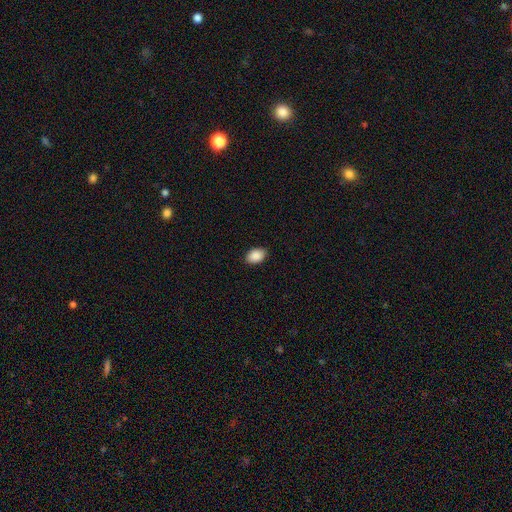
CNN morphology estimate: smooth_or_featured: smooth (p=0.89) [alt: star or artifact p=0.07]
how_rounded: in between (p=0.84) [alt: round p=0.15]
merging: none (p=0.86) [alt: minor disturbance p=0.11]